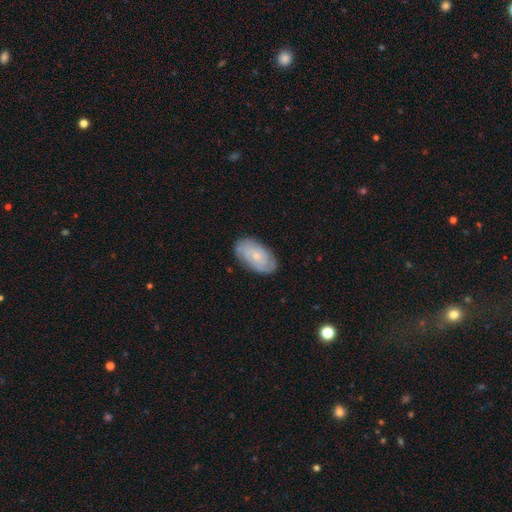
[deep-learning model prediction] smooth-or-featured: featured or disk: 64% | smooth: 29% | star or artifact: 7%
  disk-edge-on: no: 96% | yes: 4%
    bar: no: 73% | weak: 23% | strong: 3%
    has-spiral-arms: yes: 90% | no: 10%
      spiral-winding: tight: 65% | medium: 28% | loose: 8%
      spiral-arm-count: can't tell: 38% | 2: 33% | 3: 15% | 4: 6% | 1: 4% | more than 4: 4%
    bulge-size: small: 71% | moderate: 21% | none: 5% | large: 1% | dominant: 1%
  merging: none: 82% | minor disturbance: 14% | major disturbance: 3% | merger: 1%